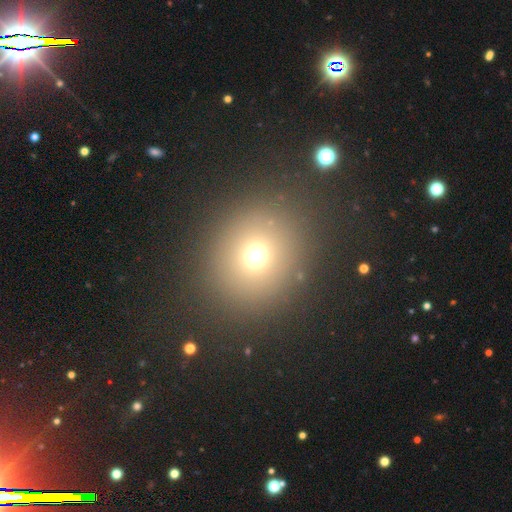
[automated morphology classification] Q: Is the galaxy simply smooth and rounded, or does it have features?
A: smooth — 70%.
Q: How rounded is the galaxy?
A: round — 82%.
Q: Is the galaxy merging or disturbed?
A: none — 86%.